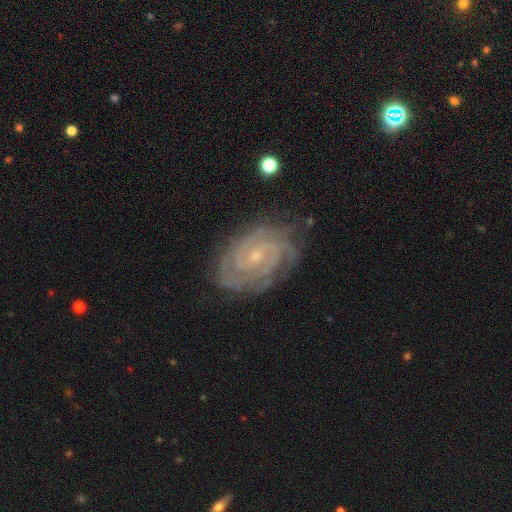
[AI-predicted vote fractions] The model was most divided on "spiral arm count": 2: 32%, 3: 21%, can't tell: 19%, 4: 14%, more than 4: 7%, 1: 6%. More confident: spiral arms — yes (98%); edge-on disk — no (97%); smooth or featured — featured or disk (89%); spiral winding — tight (79%); bulge size — small (79%); merging — none (78%); bar — no (61%).